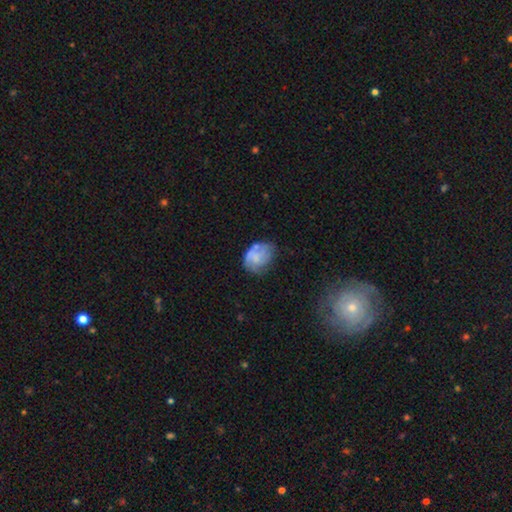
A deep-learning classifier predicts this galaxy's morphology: smooth 48%, featured or disk 44%, star or artifact 8%. Down the decision tree: merging — none (47%).